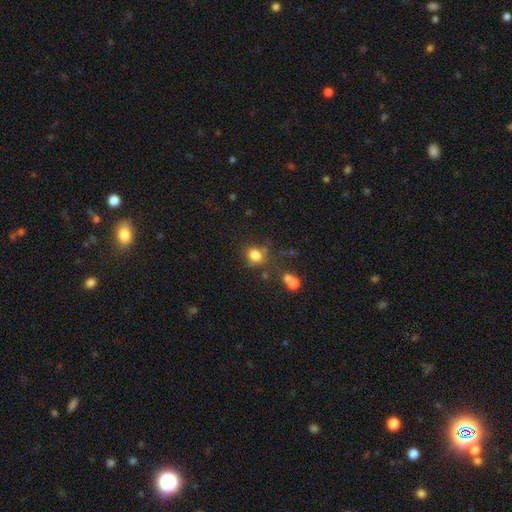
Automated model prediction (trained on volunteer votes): This appears to be a smooth galaxy with no disk features (79%) that is round (58%). Merging: none (61%).